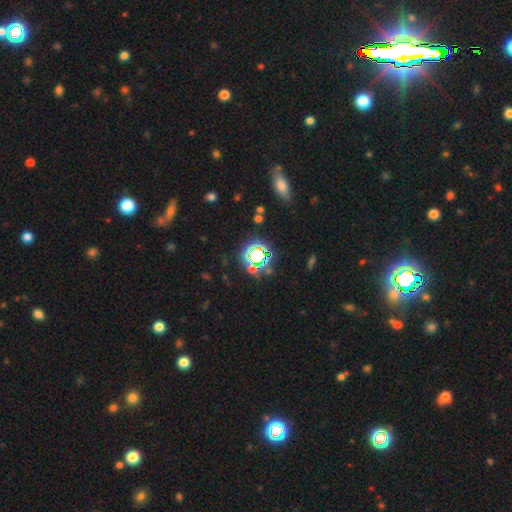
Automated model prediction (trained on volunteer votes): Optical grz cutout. It shows a star or artifact, not a galaxy (65%).